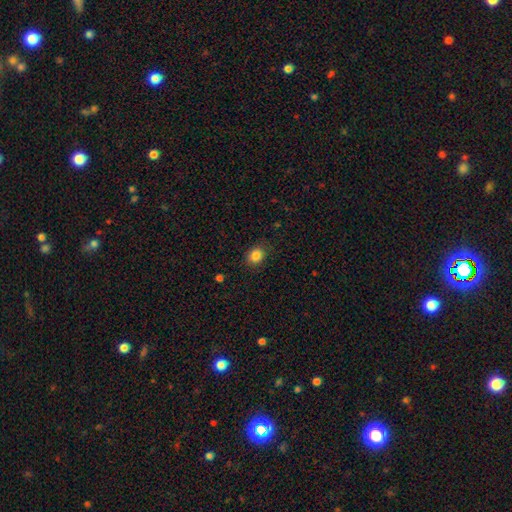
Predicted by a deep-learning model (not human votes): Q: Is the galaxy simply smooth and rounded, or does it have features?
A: smooth — 85%.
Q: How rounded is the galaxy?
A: round — 61%.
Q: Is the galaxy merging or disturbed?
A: none — 86%.